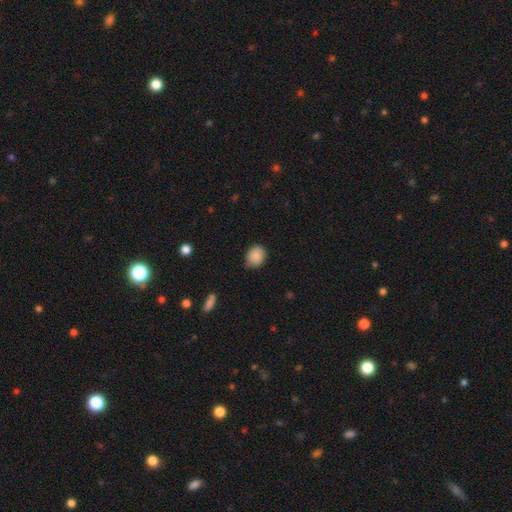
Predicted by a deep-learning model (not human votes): smooth_or_featured: smooth (p=0.87) [alt: star or artifact p=0.08]
how_rounded: round (p=0.55) [alt: in between p=0.44]
merging: none (p=0.73) [alt: minor disturbance p=0.22]